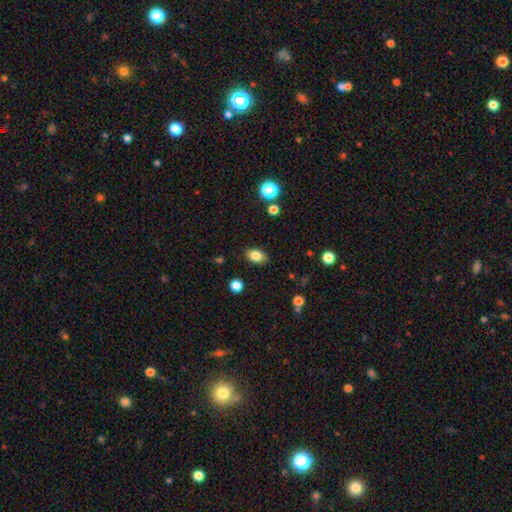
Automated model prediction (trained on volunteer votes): Morphology: type=smooth (83%); roundness=in between (81%); merging=none (87%).